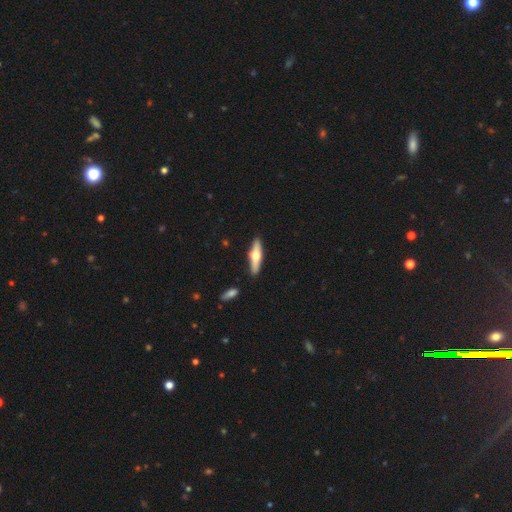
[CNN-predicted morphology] smooth_or_featured: featured or disk (p=0.50) [alt: smooth p=0.45]
merging: none (p=0.87) [alt: minor disturbance p=0.08]